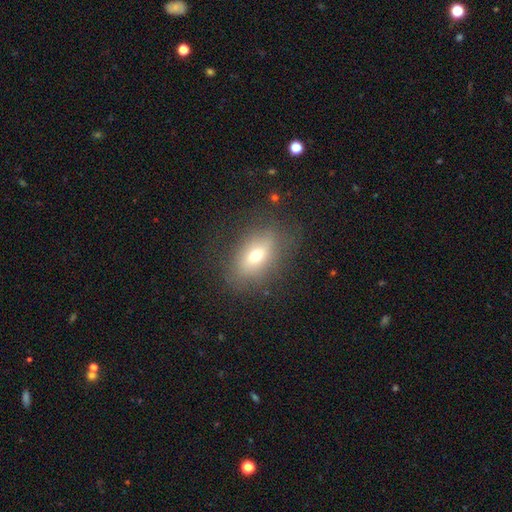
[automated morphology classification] type=smooth (59%); roundness=in between (79%); merging=none (75%).